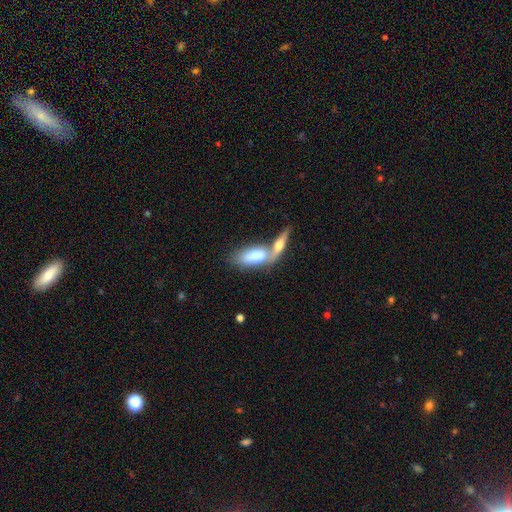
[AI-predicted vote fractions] smooth_or_featured: smooth (p=0.72) [alt: featured or disk p=0.23]
how_rounded: in between (p=0.77) [alt: cigar-shaped p=0.20]
merging: merger (p=0.59) [alt: none p=0.27]